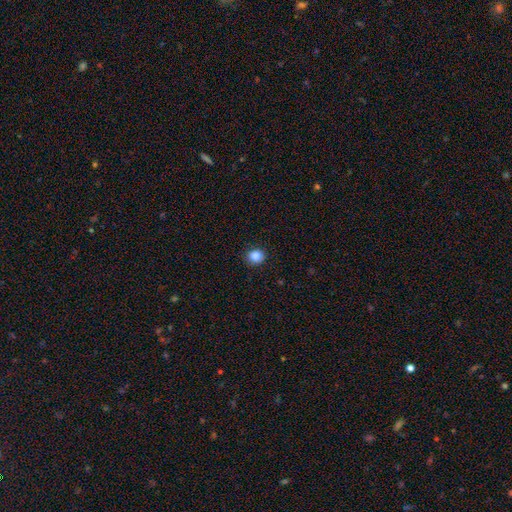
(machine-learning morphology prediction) The model was most divided on "how rounded": round: 79%, in between: 20%, cigar-shaped: 1%. More confident: merging — none (90%); smooth or featured — smooth (86%).